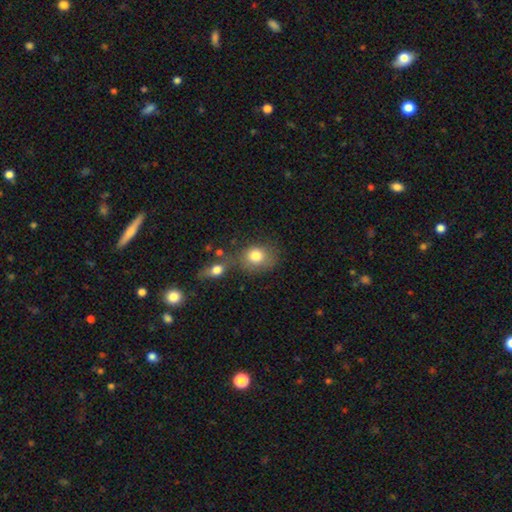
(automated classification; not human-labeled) smooth_or_featured: smooth (p=0.81) [alt: featured or disk p=0.10]
how_rounded: round (p=0.58) [alt: in between p=0.41]
merging: none (p=0.53) [alt: merger p=0.23]